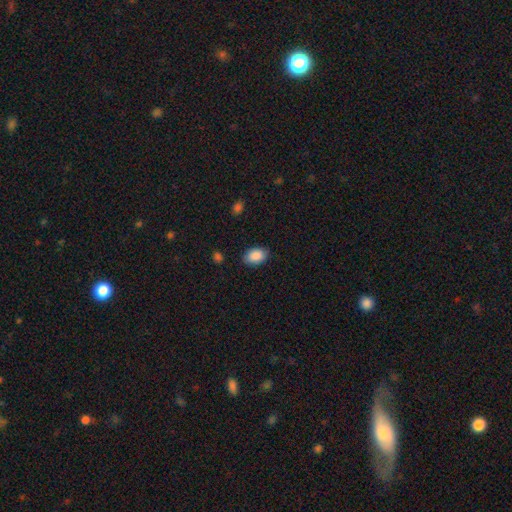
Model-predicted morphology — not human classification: A smooth galaxy with no disk features (89%) that is in between round and cigar-shaped (87%). Merging: none (83%).